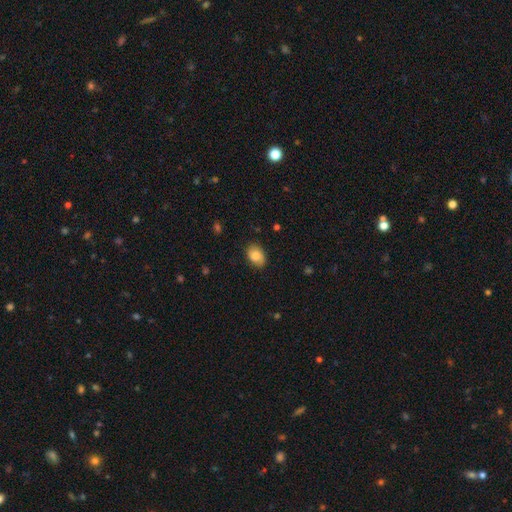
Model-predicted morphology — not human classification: Smooth or featured?
  - smooth: 85% *
  - featured or disk: 8%
  - star or artifact: 7%
How rounded?
  - in between: 79% *
  - round: 20%
  - cigar-shaped: 1%
Merging?
  - none: 81% *
  - minor disturbance: 15%
  - major disturbance: 3%
  - merger: 1%